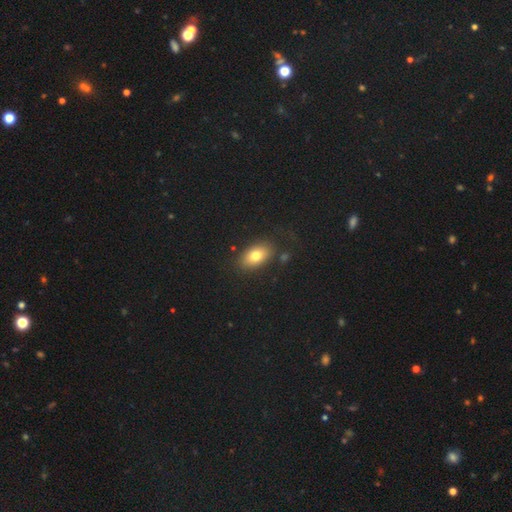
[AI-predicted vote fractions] smooth_or_featured: smooth (p=0.77) [alt: featured or disk p=0.14]
how_rounded: in between (p=0.87) [alt: round p=0.11]
merging: none (p=0.80) [alt: minor disturbance p=0.12]